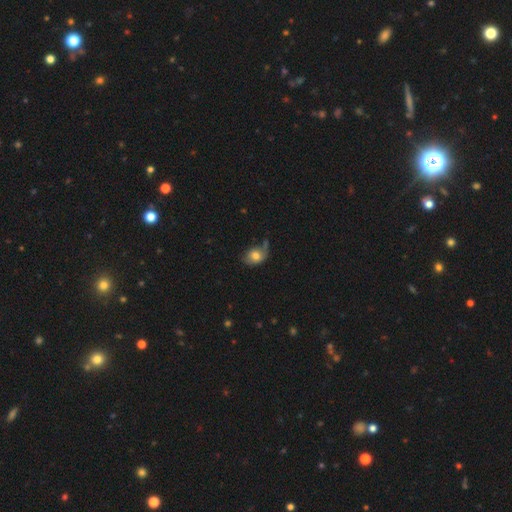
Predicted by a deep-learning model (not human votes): smooth_or_featured: smooth (p=0.75) [alt: featured or disk p=0.16]
how_rounded: in between (p=0.64) [alt: round p=0.35]
merging: none (p=0.48) [alt: minor disturbance p=0.30]